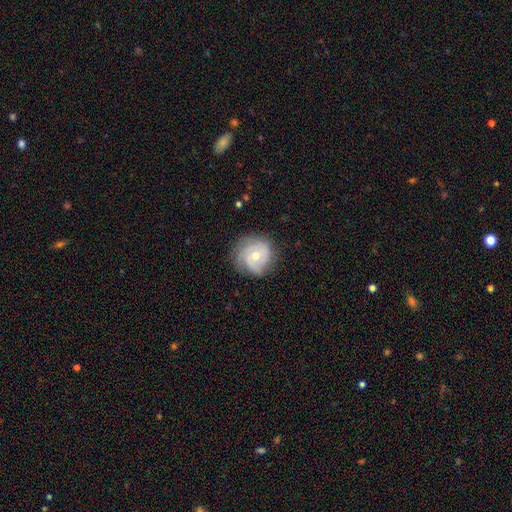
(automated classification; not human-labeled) smooth-or-featured: featured or disk: 66% | smooth: 27% | star or artifact: 7%
  disk-edge-on: no: 97% | yes: 3%
    bar: no: 77% | weak: 20% | strong: 3%
    has-spiral-arms: yes: 89% | no: 11%
      spiral-winding: tight: 58% | medium: 31% | loose: 11%
      spiral-arm-count: 3: 29% (tied) | 2: 29% (tied) | can't tell: 25% | 1: 8% | 4: 5% | more than 4: 4%
    bulge-size: moderate: 65% | small: 31% | large: 3% | none: 1% | dominant: 1%
  merging: none: 73% | minor disturbance: 19% | major disturbance: 7% | merger: 1%